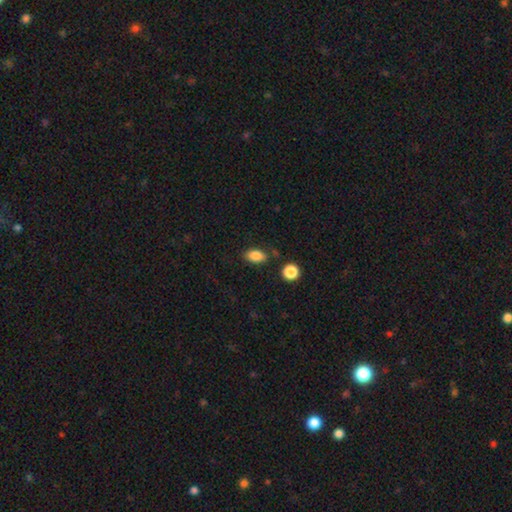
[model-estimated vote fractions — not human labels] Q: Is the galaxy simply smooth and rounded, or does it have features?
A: smooth — 85%.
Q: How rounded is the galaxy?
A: in between — 87%.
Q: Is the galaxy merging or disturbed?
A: none — 80%.